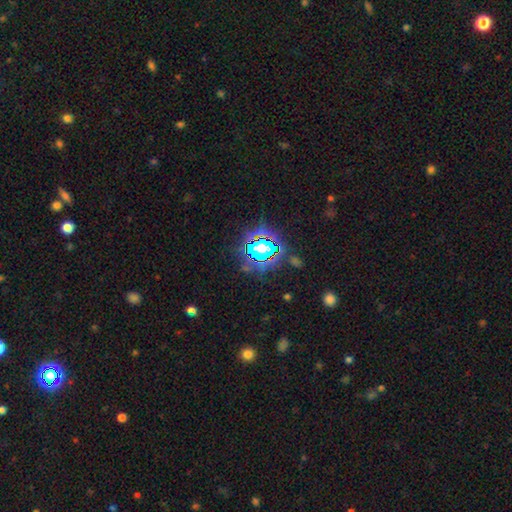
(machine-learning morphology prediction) Overall: star or artifact (79%).